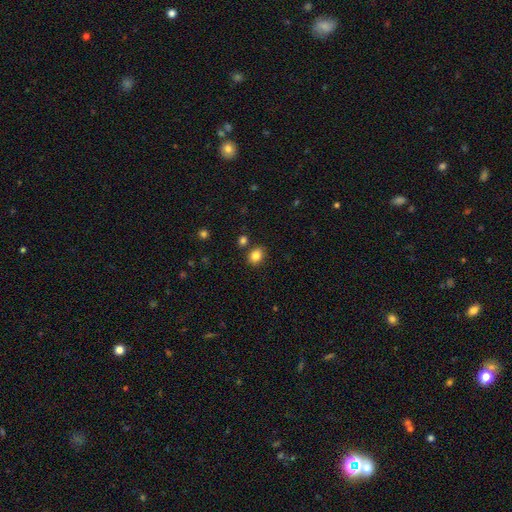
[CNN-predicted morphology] smooth 85%, star or artifact 11%, featured or disk 5%. Down the decision tree: how rounded — in between (51%); merging — none (79%).